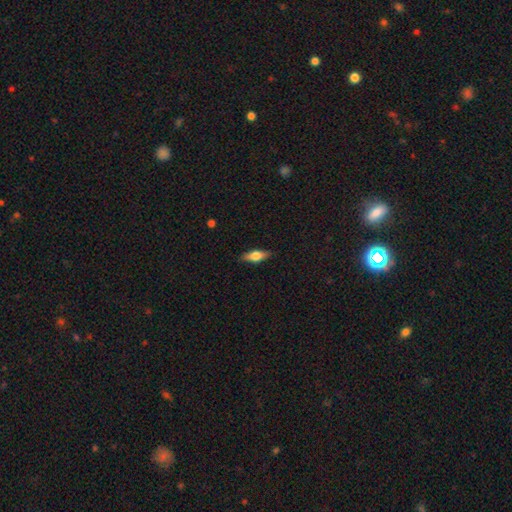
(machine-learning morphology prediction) smooth-or-featured: smooth: 55% | featured or disk: 39% | star or artifact: 7%
  how-rounded: in between: 61% | cigar-shaped: 35% | round: 4%
  merging: none: 86% | minor disturbance: 11% | major disturbance: 2% | merger: 1%